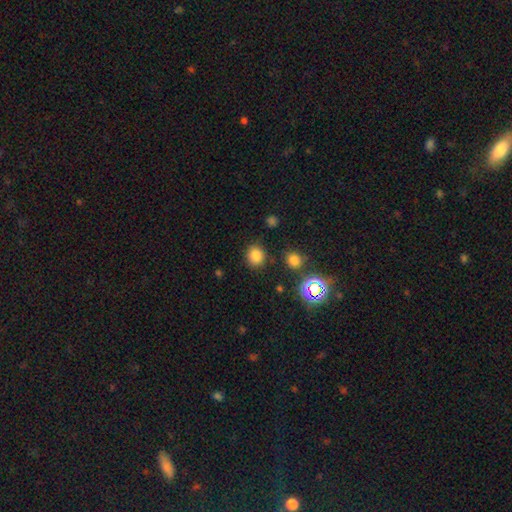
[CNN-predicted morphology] This appears to be a smooth galaxy with no disk features (79%) that is round (81%). Merging: none (85%).